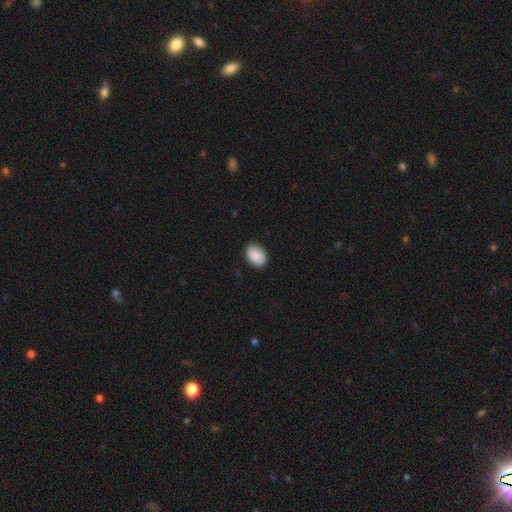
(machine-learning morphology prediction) Q: Smooth or featured?
A: smooth (90%); runner-up: star or artifact (7%)
Q: How rounded?
A: in between (78%); runner-up: round (21%)
Q: Merging?
A: none (87%); runner-up: minor disturbance (10%)